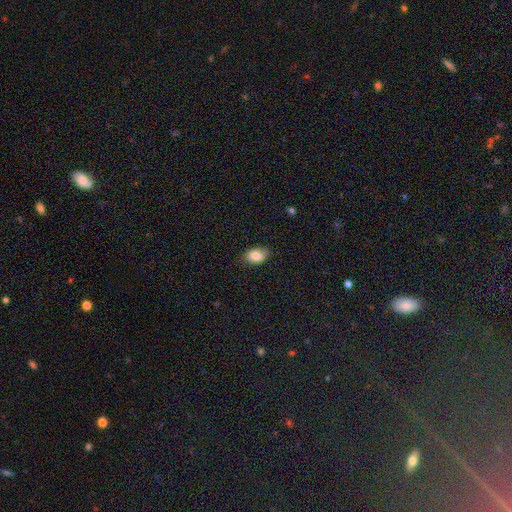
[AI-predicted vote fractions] The model was most divided on "merging": none: 79%, minor disturbance: 17%, major disturbance: 3%, merger: 1%. More confident: how rounded — in between (87%); smooth or featured — smooth (84%).